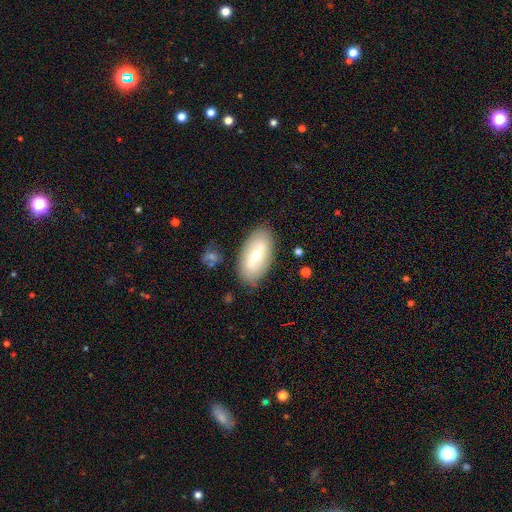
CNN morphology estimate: Smooth or featured?
  - featured or disk: 53% *
  - smooth: 40%
  - star or artifact: 7%
Edge-on disk?
  - no: 77% *
  - yes: 23%
Merging?
  - none: 82% *
  - minor disturbance: 12%
  - major disturbance: 4%
  - merger: 2%